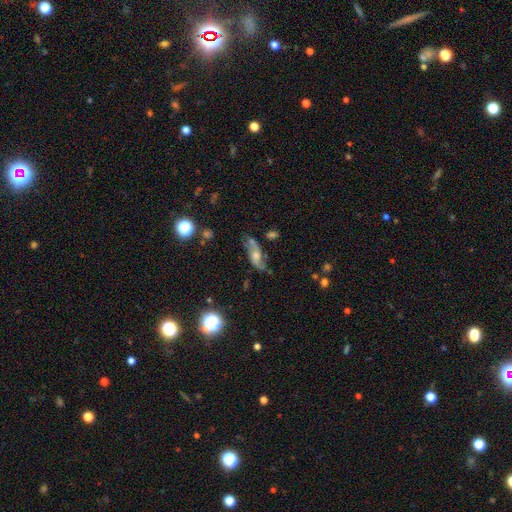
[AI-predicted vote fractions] Smooth or featured? featured or disk (61%)
Edge-on disk? no (83%)
Bar? no (63%)
Spiral arms? yes (82%)
Bulge size? moderate (49%)
Merging? none (57%)